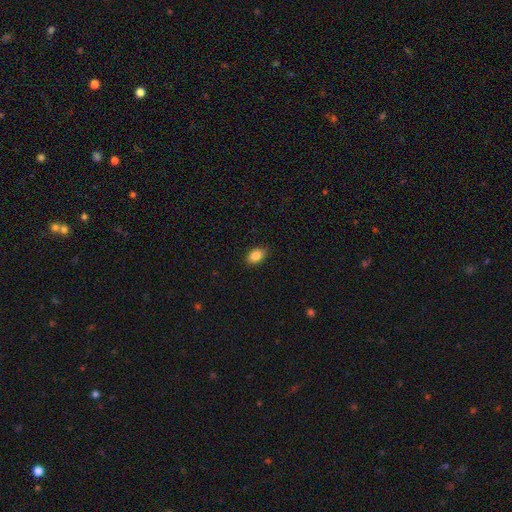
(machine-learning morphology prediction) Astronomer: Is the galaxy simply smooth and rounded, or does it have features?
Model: smooth — 86%.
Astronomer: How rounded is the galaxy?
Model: in between — 87%.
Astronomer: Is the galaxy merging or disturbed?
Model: none — 89%.